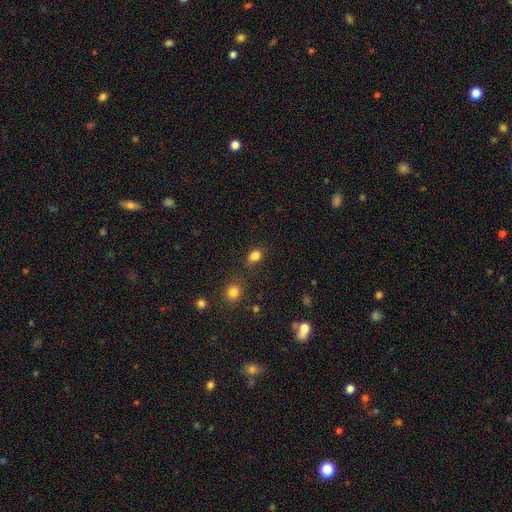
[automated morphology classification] Overall: smooth (83%). How rounded: in between (66%; round 33%). Merging: none (70%).